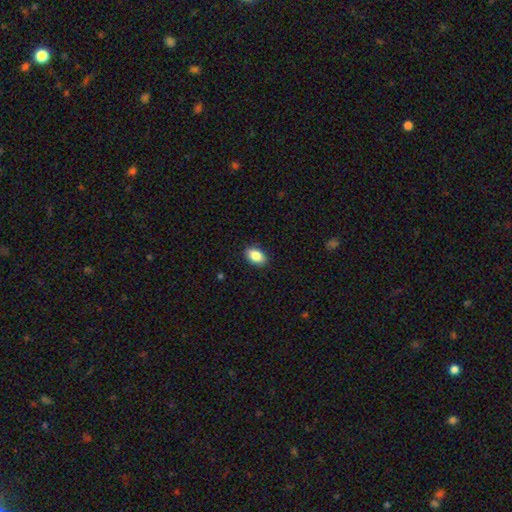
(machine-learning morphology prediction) This is clearly a smooth galaxy (87%). How rounded: clearly in between (90%). Merging: clearly none (89%).